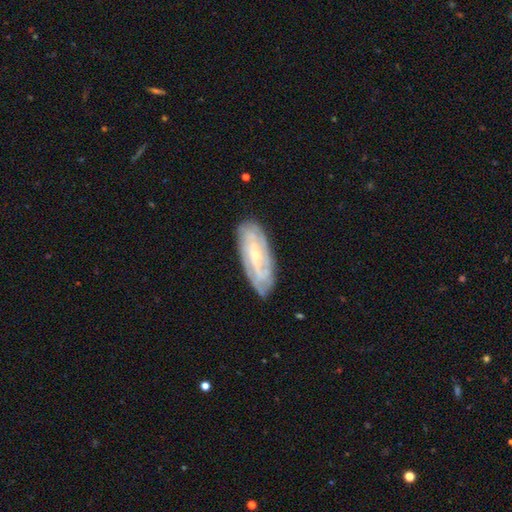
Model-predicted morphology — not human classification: smooth-or-featured: featured or disk: 76% | smooth: 18% | star or artifact: 7%
  disk-edge-on: no: 88% | yes: 12%
    bar: no: 56% | weak: 32% | strong: 12%
    has-spiral-arms: yes: 90% | no: 10%
      spiral-winding: tight: 69% | medium: 23% | loose: 7%
      spiral-arm-count: can't tell: 49% | 2: 16% | 4: 13% | 3: 12% | more than 4: 6% | 1: 5%
    bulge-size: small: 75% | moderate: 22% | none: 2% | large: 1% | dominant: 1%
  merging: none: 82% | minor disturbance: 14% | major disturbance: 3% | merger: 1%